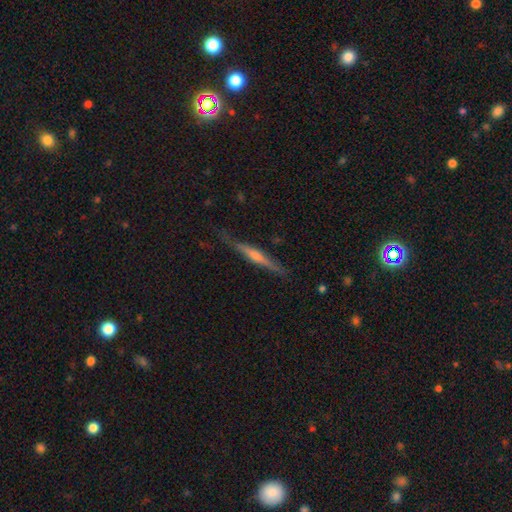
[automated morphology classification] Overall: featured or disk (73%). Edge-on disk: yes (97%). Edge-on bulge: rounded (77%). Merging: none (87%).